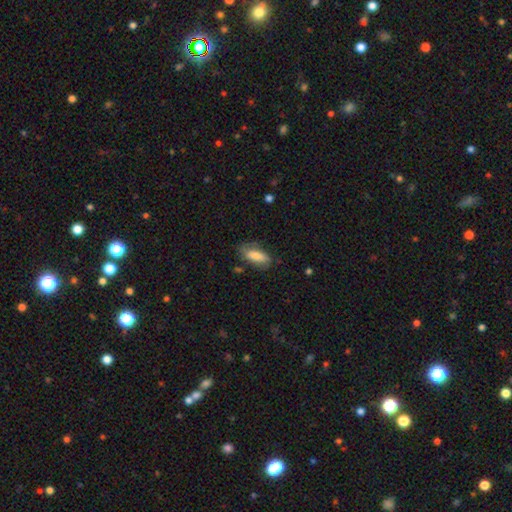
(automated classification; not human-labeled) Smooth or featured? smooth (79%)
How rounded? in between (75%)
Merging? none (65%)